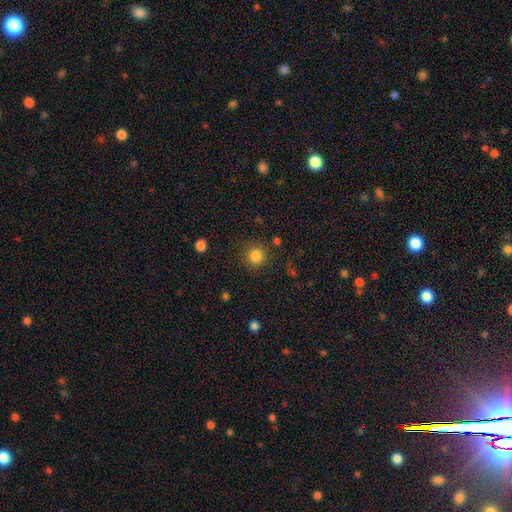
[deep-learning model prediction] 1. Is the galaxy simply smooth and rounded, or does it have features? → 84% smooth, 12% star or artifact, 4% featured or disk.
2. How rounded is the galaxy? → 92% round, 7% in between, 1% cigar-shaped.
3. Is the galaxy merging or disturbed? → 86% none, 8% minor disturbance, 4% major disturbance, 2% merger.